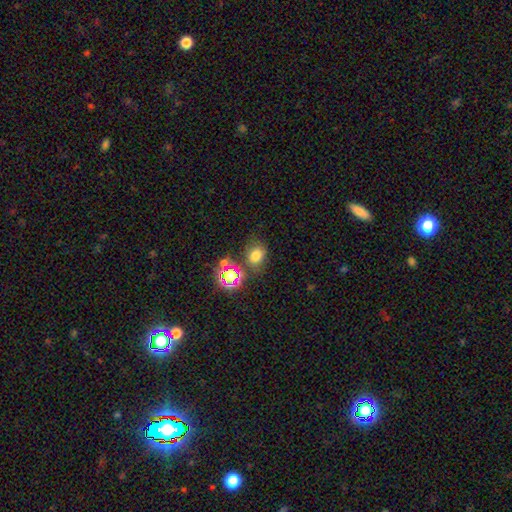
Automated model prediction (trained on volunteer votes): Smooth or featured? smooth (70%)
How rounded? round (50%)
Merging? none (69%)